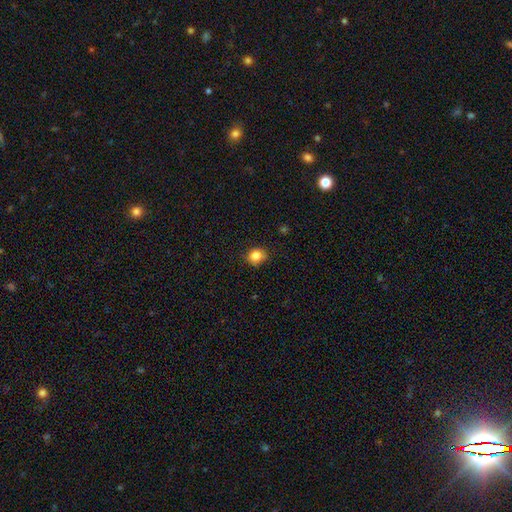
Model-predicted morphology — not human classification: A smooth galaxy with no disk features (84%) that is round (74%). Merging: none (78%).